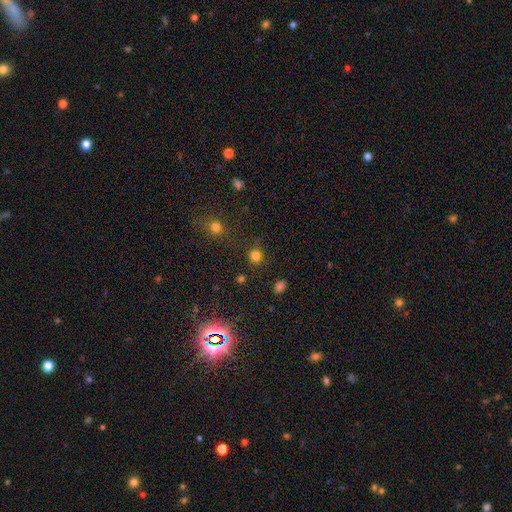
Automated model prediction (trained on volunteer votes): smooth-or-featured: smooth: 79% | star or artifact: 17% | featured or disk: 4%
  how-rounded: round: 89% | in between: 10% | cigar-shaped: 1%
  merging: none: 85% | minor disturbance: 9% | major disturbance: 3% | merger: 3%